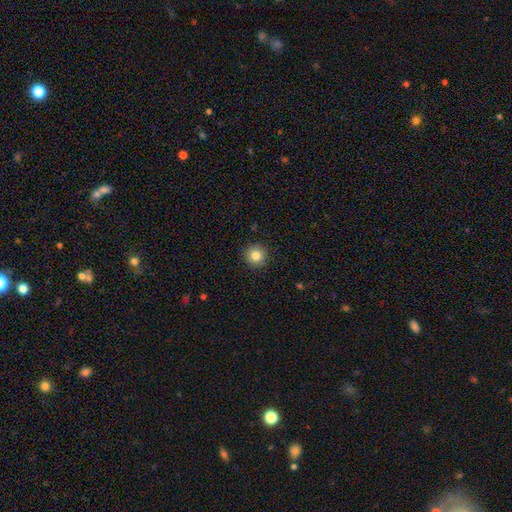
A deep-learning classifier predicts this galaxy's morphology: Overall: smooth (83%). How rounded: round (95%). Merging: none (92%).